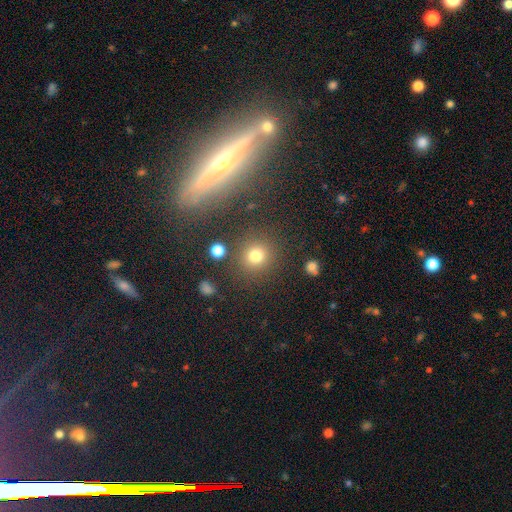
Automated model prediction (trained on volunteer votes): A smooth galaxy with no disk features (75%) that is round (89%).

Vote fractions:
- Smooth or featured? smooth: 75% / star or artifact: 18% / featured or disk: 7%
- How rounded? round: 89% / in between: 10% / cigar-shaped: 1%
- Merging? none: 83% / minor disturbance: 8% / merger: 5% / major disturbance: 4%